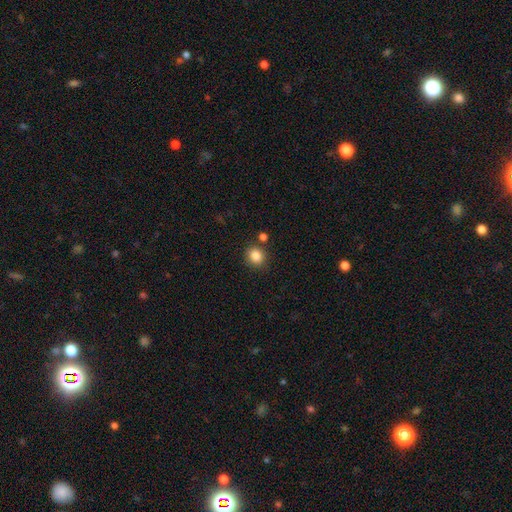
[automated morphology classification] type=smooth (85%); roundness=round (80%); merging=none (81%).